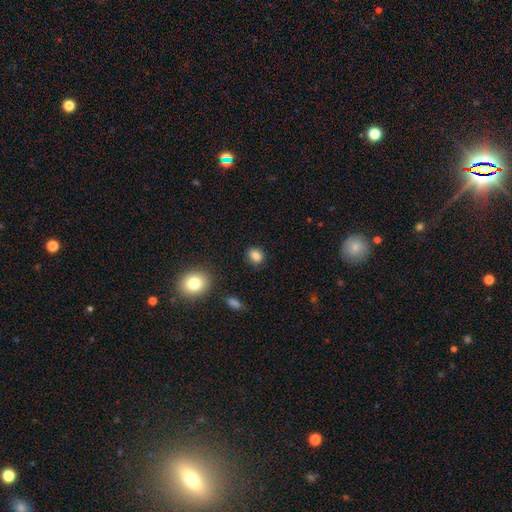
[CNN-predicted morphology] Smooth or featured?
  - smooth: 84% *
  - star or artifact: 11%
  - featured or disk: 5%
How rounded?
  - round: 59% *
  - in between: 40%
  - cigar-shaped: 1%
Merging?
  - none: 85% *
  - minor disturbance: 10%
  - major disturbance: 3%
  - merger: 2%